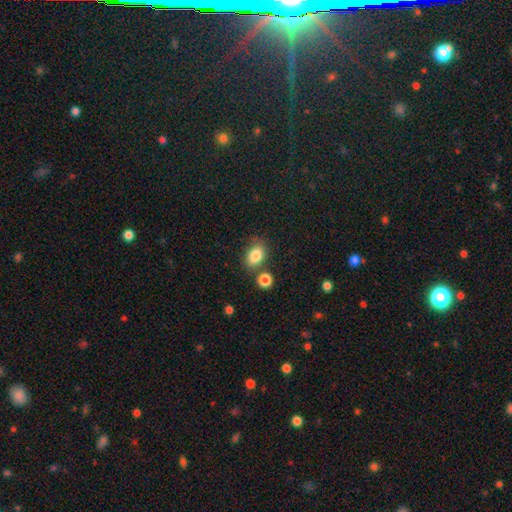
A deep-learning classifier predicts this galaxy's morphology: Smooth or featured? Predicted: smooth (p=0.84). How rounded? Predicted: in between (p=0.79). Merging? Predicted: none (p=0.69).